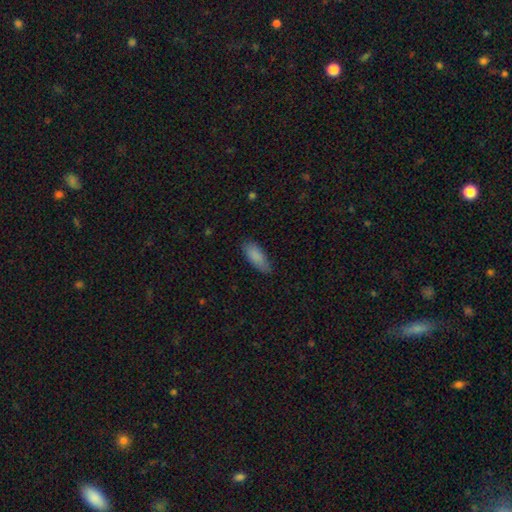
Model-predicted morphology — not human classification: This is clearly a smooth galaxy (87%). How rounded: likely in between (80%). Merging: likely none (76%).